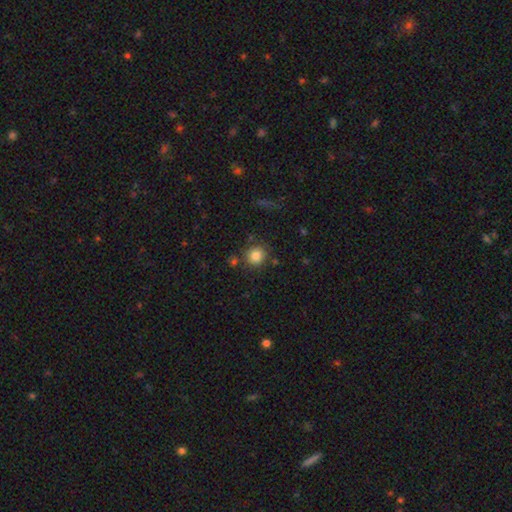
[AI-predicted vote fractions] This appears to be a smooth galaxy with no disk features (83%) that is round (89%). Merging: none (81%).